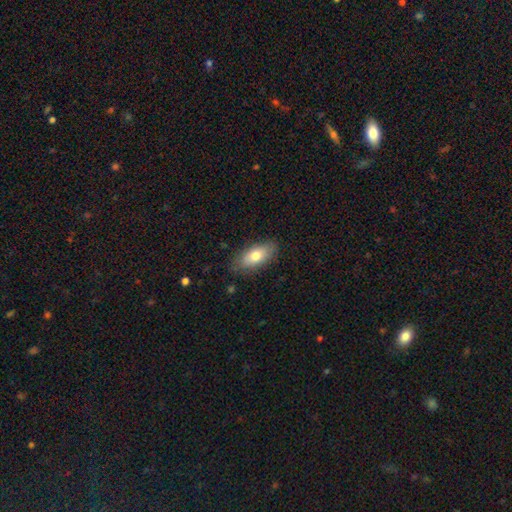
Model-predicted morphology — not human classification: Q: Smooth or featured?
A: smooth (75%); runner-up: featured or disk (19%)
Q: How rounded?
A: in between (86%); runner-up: cigar-shaped (11%)
Q: Merging?
A: none (80%); runner-up: minor disturbance (15%)